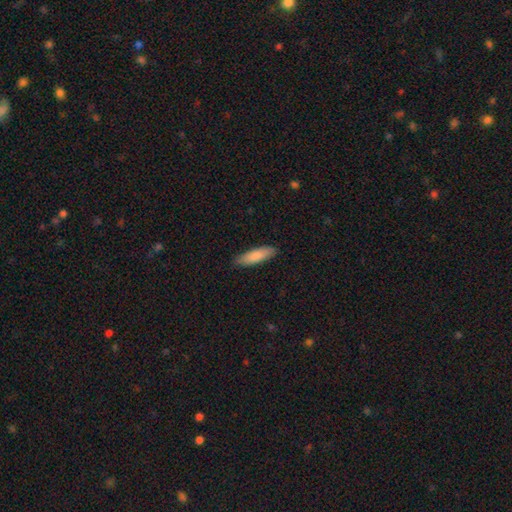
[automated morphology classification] smooth_or_featured: smooth (p=0.84) [alt: featured or disk p=0.10]
how_rounded: cigar-shaped (p=0.60) [alt: in between p=0.39]
merging: none (p=0.87) [alt: minor disturbance p=0.10]